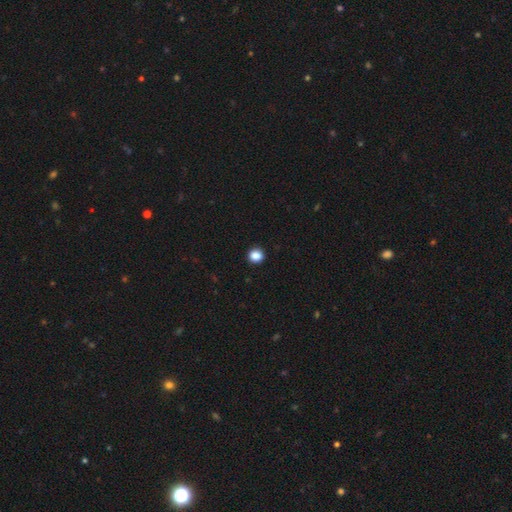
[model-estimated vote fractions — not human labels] A smooth galaxy with no disk features (87%) that is round (87%). Merging: none (93%).